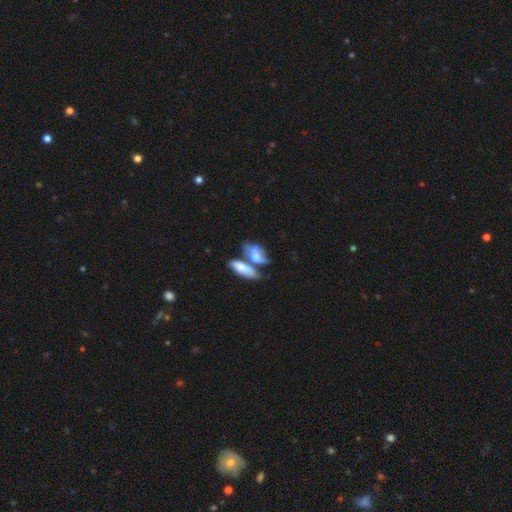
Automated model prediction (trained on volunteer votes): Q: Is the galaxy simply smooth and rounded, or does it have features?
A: smooth — 64%.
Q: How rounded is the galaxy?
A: in between — 81%.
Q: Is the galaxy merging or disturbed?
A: merger — 55%.